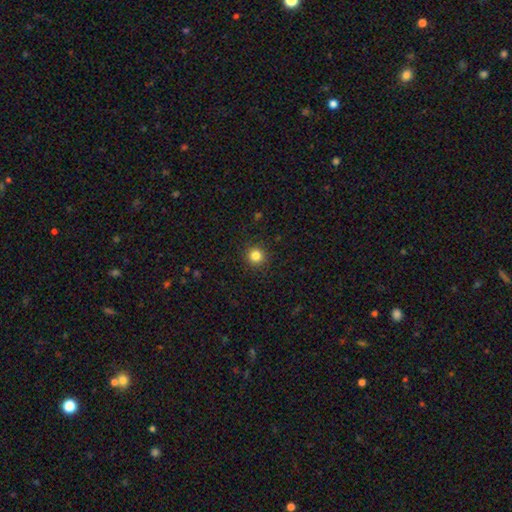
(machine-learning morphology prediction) Smooth or featured?
  - smooth: 84% *
  - star or artifact: 12%
  - featured or disk: 5%
How rounded?
  - round: 95% *
  - in between: 4%
  - cigar-shaped: 1%
Merging?
  - none: 92% *
  - minor disturbance: 5%
  - major disturbance: 2%
  - merger: 1%